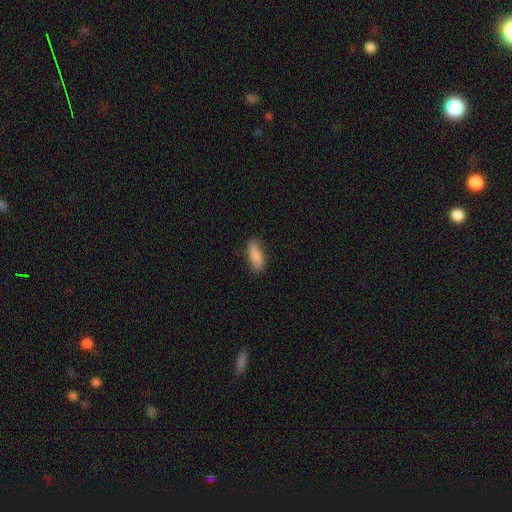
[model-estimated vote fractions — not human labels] smooth_or_featured: smooth (p=0.85) [alt: featured or disk p=0.08]
how_rounded: in between (p=0.68) [alt: cigar-shaped p=0.30]
merging: none (p=0.80) [alt: minor disturbance p=0.15]